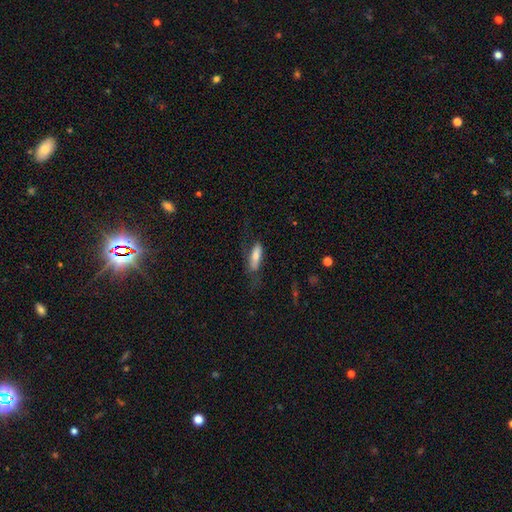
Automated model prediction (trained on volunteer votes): Smooth or featured?
  - smooth: 68% *
  - featured or disk: 25%
  - star or artifact: 7%
How rounded?
  - in between: 50% *
  - cigar-shaped: 47%
  - round: 2%
Merging?
  - none: 53% *
  - minor disturbance: 24%
  - major disturbance: 20%
  - merger: 2%